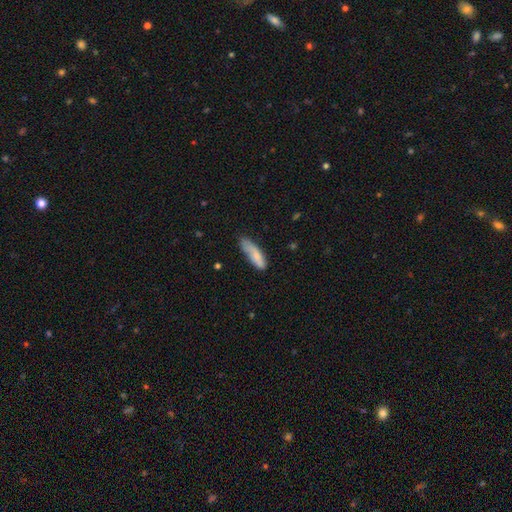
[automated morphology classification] Smooth or featured?
  - smooth: 76% *
  - featured or disk: 18%
  - star or artifact: 6%
How rounded?
  - cigar-shaped: 55% *
  - in between: 43%
  - round: 2%
Merging?
  - none: 55% *
  - minor disturbance: 33%
  - major disturbance: 9%
  - merger: 4%